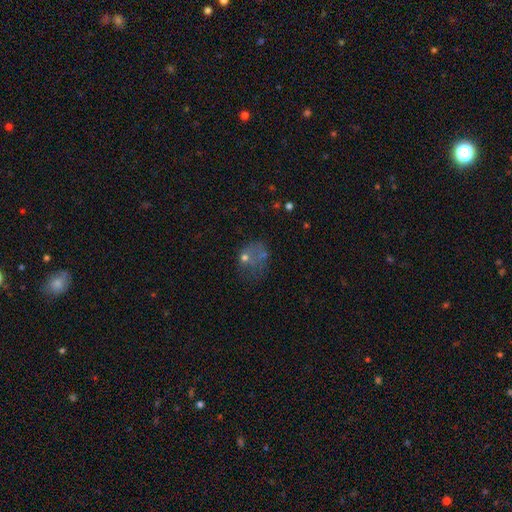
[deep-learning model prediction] This appears to be a smooth galaxy with no disk features (50%). Merging: major disturbance (40%).